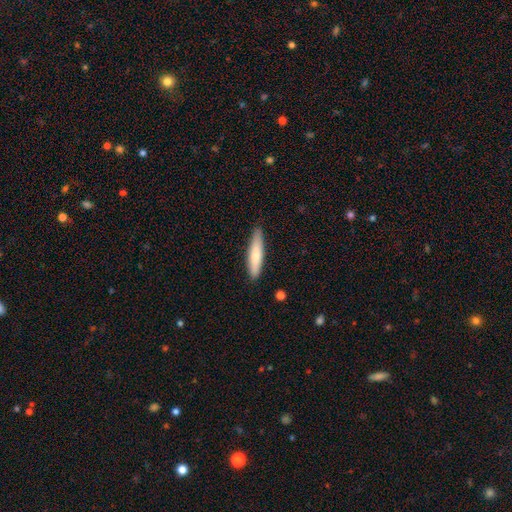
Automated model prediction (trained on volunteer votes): The model was most divided on "smooth or featured": smooth: 74%, featured or disk: 20%, star or artifact: 5%. More confident: merging — none (86%); how rounded — cigar-shaped (83%).